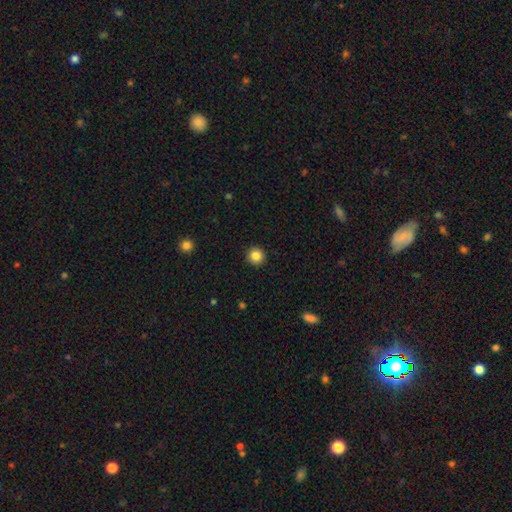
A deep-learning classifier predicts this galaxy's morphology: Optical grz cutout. It shows a smooth galaxy with no disk features (85%) that is round (95%). Merging: none (93%).